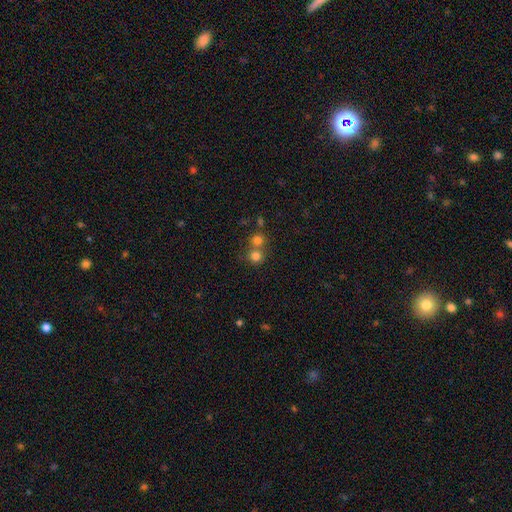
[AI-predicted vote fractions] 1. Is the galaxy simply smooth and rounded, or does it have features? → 77% smooth, 14% star or artifact, 9% featured or disk.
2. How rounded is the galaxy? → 90% round, 9% in between, 1% cigar-shaped.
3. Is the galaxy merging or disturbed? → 51% none, 40% merger, 6% minor disturbance, 3% major disturbance.